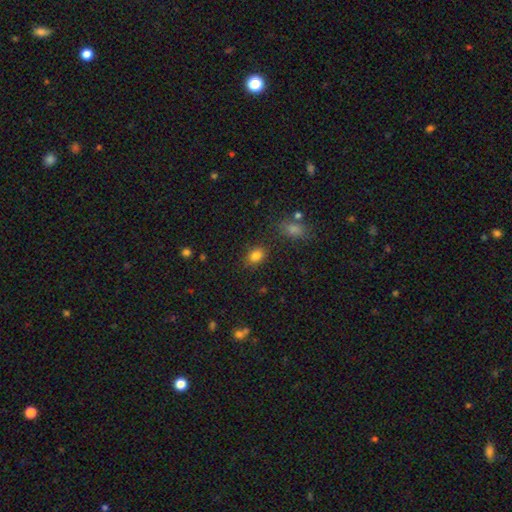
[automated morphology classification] Smooth or featured? Predicted: smooth (p=0.83). How rounded? Predicted: in between (p=0.65). Merging? Predicted: none (p=0.82).